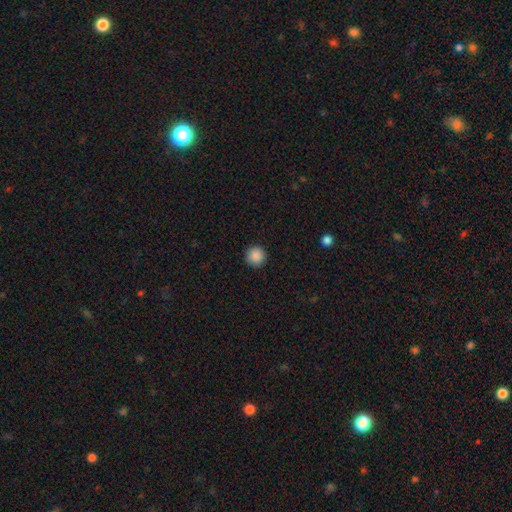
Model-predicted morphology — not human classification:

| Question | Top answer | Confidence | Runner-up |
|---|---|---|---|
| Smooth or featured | smooth | 88% | star or artifact (9%) |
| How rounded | round | 96% | in between (3%) |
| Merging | none | 93% | minor disturbance (5%) |